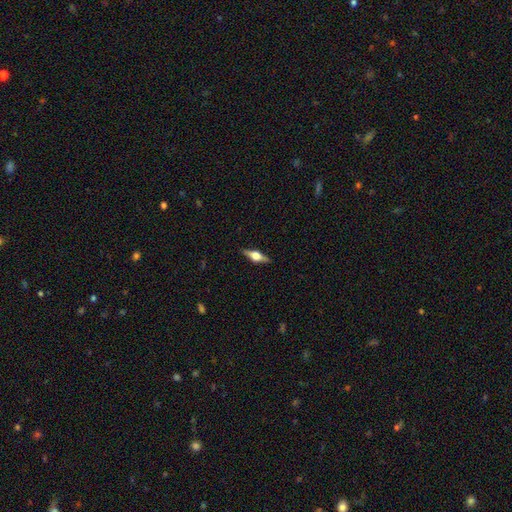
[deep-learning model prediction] Smooth or featured?
  - featured or disk: 71% *
  - smooth: 23%
  - star or artifact: 6%
Edge-on disk?
  - yes: 97% *
  - no: 3%
Edge-on bulge?
  - rounded: 93% *
  - boxy: 6%
  - none: 1%
Merging?
  - none: 89% *
  - minor disturbance: 9%
  - major disturbance: 2%
  - merger: 1%